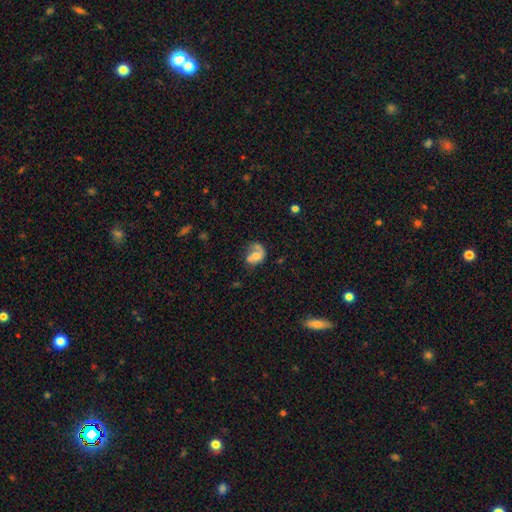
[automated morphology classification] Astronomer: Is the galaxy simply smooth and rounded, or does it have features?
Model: featured or disk — 50% (runner-up: smooth, 41%).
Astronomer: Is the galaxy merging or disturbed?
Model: major disturbance — 35% (runner-up: none, 33%).